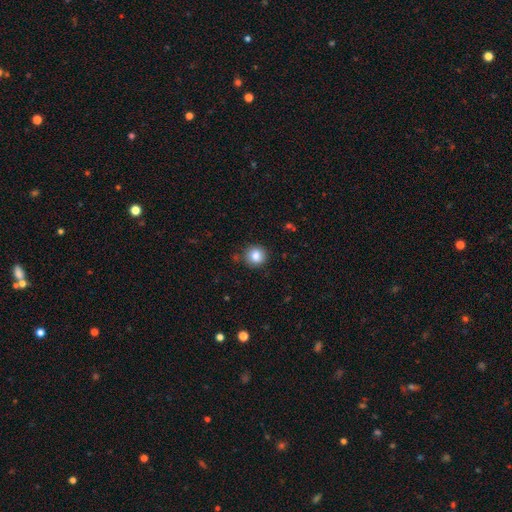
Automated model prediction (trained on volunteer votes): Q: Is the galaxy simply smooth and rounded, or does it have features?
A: smooth — 84%.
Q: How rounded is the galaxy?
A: round — 92%.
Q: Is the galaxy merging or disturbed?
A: none — 87%.